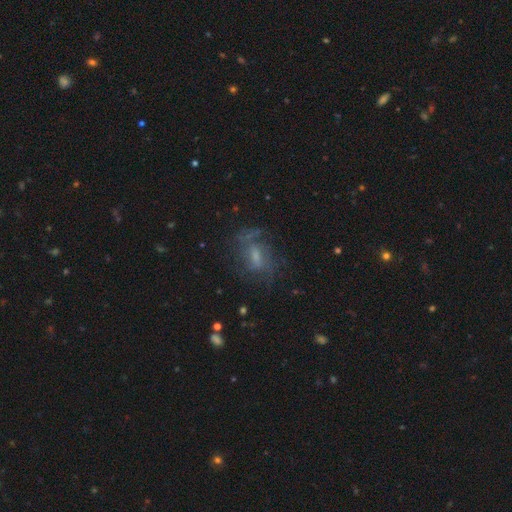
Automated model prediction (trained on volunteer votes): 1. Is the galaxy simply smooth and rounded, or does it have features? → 55% featured or disk, 27% smooth, 17% star or artifact.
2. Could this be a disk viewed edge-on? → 92% no, 8% yes.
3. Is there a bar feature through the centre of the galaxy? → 48% weak, 37% no, 15% strong.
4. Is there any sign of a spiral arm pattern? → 71% yes, 29% no.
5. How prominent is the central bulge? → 40% small, 37% moderate, 15% none, 6% large, 1% dominant.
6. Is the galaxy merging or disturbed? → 60% none, 20% minor disturbance, 18% major disturbance, 2% merger.